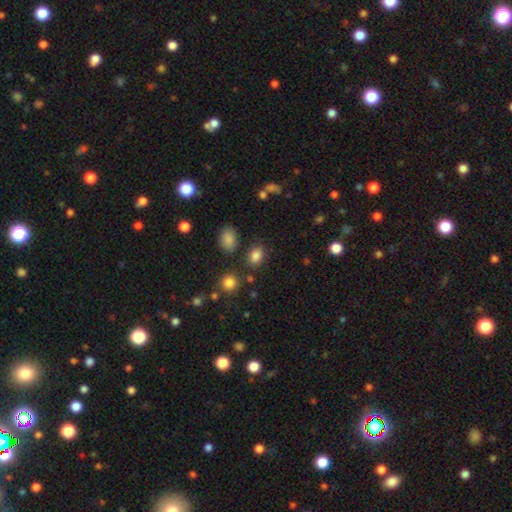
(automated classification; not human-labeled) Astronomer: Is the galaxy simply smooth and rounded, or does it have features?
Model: smooth — 84%.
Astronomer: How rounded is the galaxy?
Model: in between — 66%.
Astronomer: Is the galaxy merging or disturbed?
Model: none — 79%.